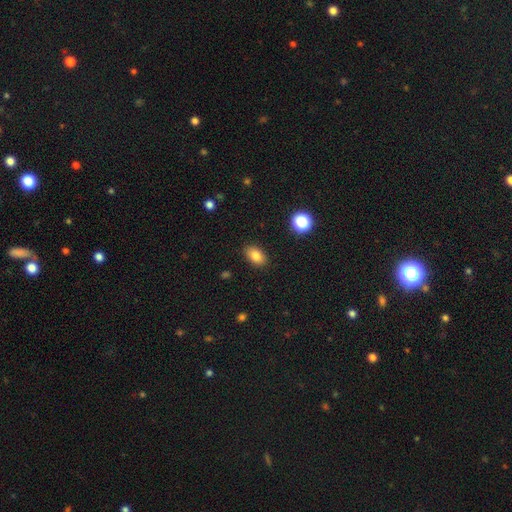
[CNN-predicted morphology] Q: Smooth or featured?
A: smooth (83%); runner-up: star or artifact (10%)
Q: How rounded?
A: in between (87%); runner-up: round (11%)
Q: Merging?
A: none (88%); runner-up: minor disturbance (9%)